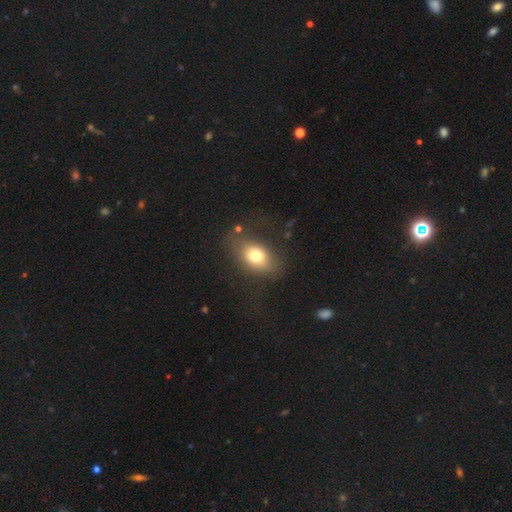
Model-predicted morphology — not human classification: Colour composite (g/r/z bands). It shows a smooth galaxy with no disk features (74%) that is in between round and cigar-shaped (75%). Merging: none (66%).